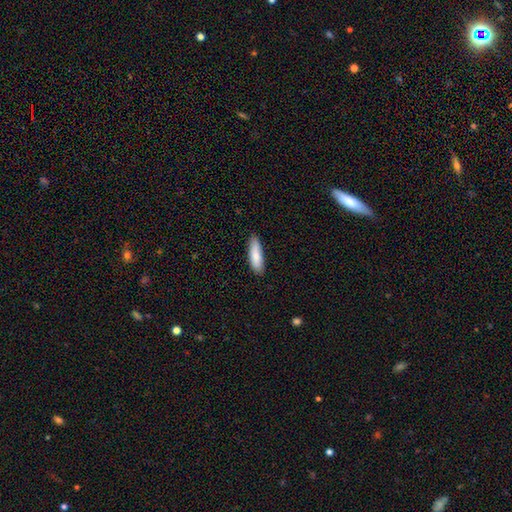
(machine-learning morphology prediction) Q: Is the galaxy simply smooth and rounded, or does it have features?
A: smooth — 85%.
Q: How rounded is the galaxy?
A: cigar-shaped — 57%.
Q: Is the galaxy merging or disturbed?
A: none — 83%.